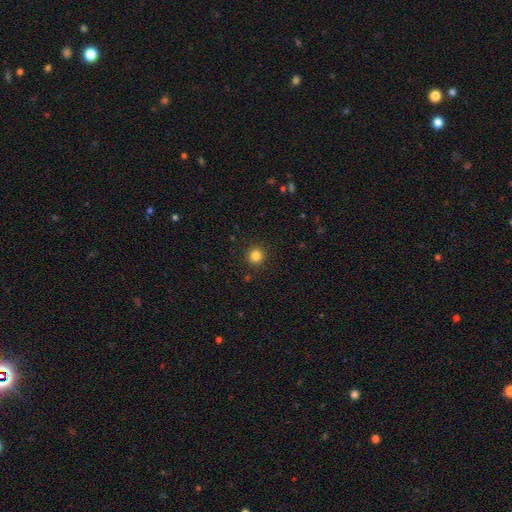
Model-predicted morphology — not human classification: Q: Smooth or featured?
A: smooth (82%); runner-up: star or artifact (13%)
Q: How rounded?
A: round (95%); runner-up: in between (4%)
Q: Merging?
A: none (92%); runner-up: minor disturbance (5%)